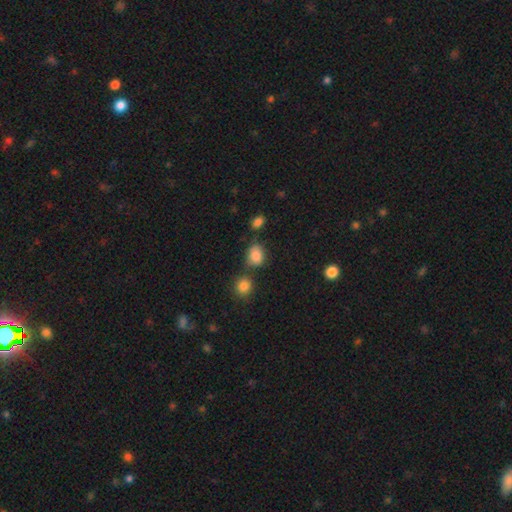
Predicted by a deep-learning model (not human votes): This is clearly a smooth galaxy (84%). How rounded: likely in between (67%). Merging: possibly none (60%).